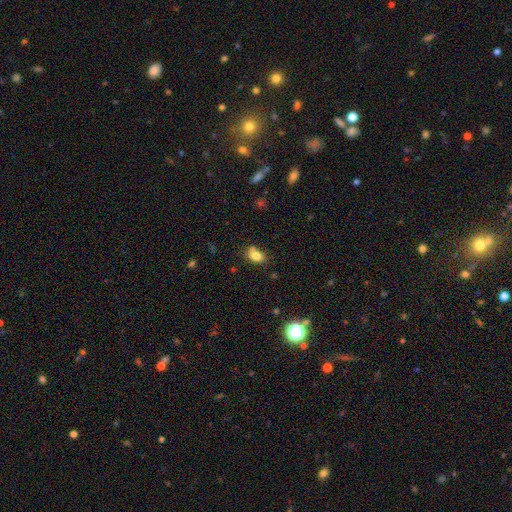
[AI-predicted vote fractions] Smooth or featured? smooth (79%)
How rounded? in between (78%)
Merging? none (61%)